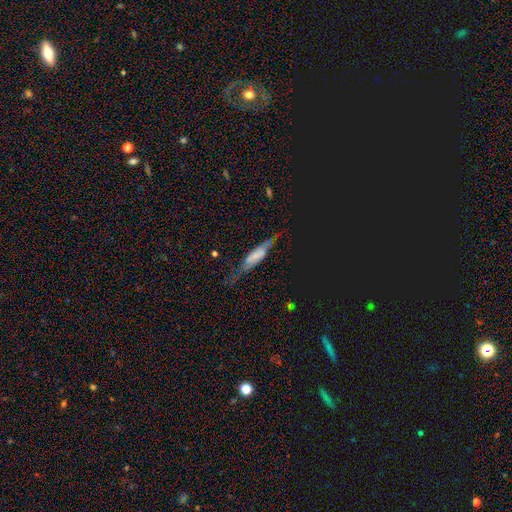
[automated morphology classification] Smooth or featured? featured or disk (62%)
Edge-on disk? yes (66%)
Merging? none (59%)